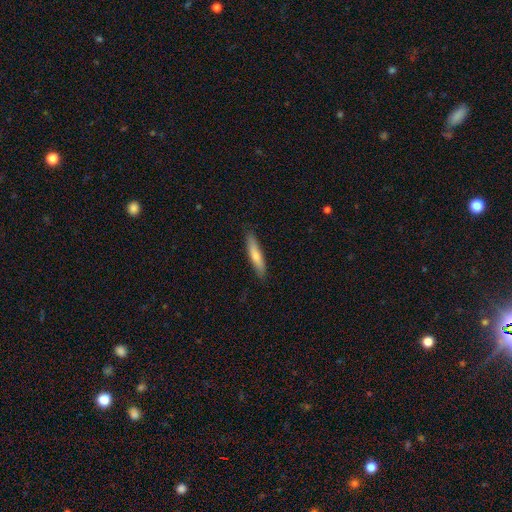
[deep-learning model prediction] smooth-or-featured: smooth: 70% | featured or disk: 24% | star or artifact: 5%
  how-rounded: cigar-shaped: 84% | in between: 14% | round: 1%
  merging: none: 87% | minor disturbance: 10% | major disturbance: 2% | merger: 1%